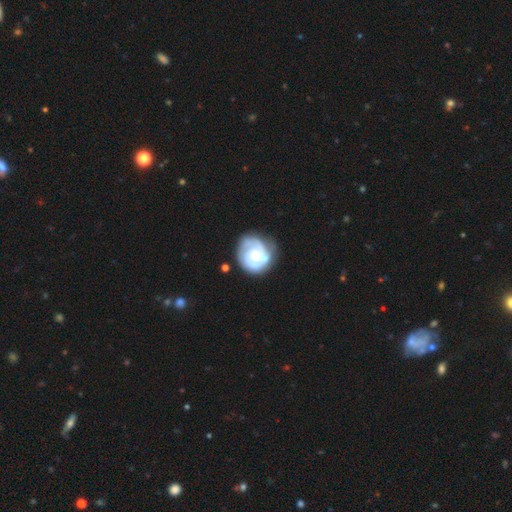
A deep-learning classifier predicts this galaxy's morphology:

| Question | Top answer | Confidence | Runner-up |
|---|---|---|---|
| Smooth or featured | featured or disk | 78% | smooth (17%) |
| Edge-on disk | no | 98% | yes (2%) |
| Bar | no | 71% | weak (25%) |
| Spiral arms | yes | 92% | no (8%) |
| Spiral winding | tight | 60% | medium (32%) |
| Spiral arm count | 2 | 41% | 3 (25%) |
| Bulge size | moderate | 54% | small (40%) |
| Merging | none | 66% | minor disturbance (22%) |